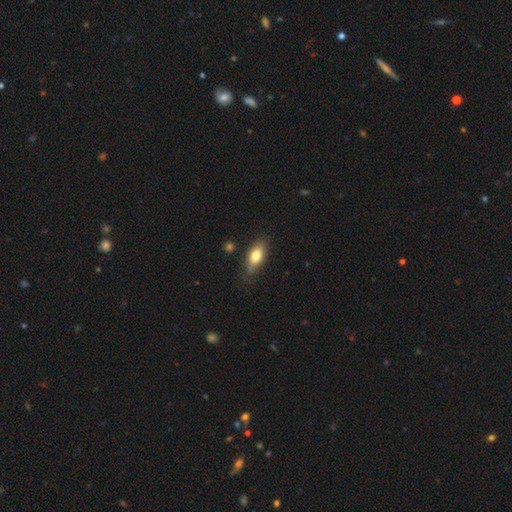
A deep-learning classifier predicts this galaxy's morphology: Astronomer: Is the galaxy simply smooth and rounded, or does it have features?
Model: smooth — 75%.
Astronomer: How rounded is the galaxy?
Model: in between — 84%.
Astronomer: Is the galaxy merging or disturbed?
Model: none — 70%.